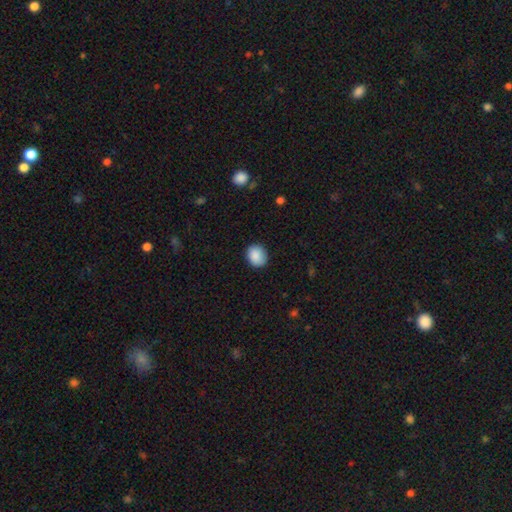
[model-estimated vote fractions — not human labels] Smooth or featured? Predicted: smooth (p=0.88). How rounded? Predicted: round (p=0.67). Merging? Predicted: none (p=0.86).